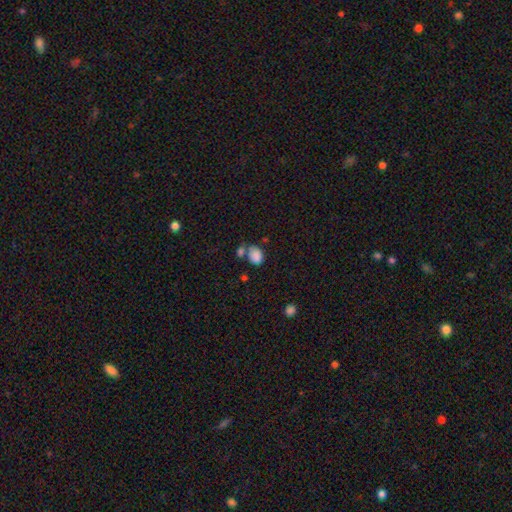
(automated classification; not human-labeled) The model was most divided on "merging": none: 46%, merger: 30%, minor disturbance: 17%, major disturbance: 7%. More confident: smooth or featured — smooth (85%); how rounded — in between (71%).